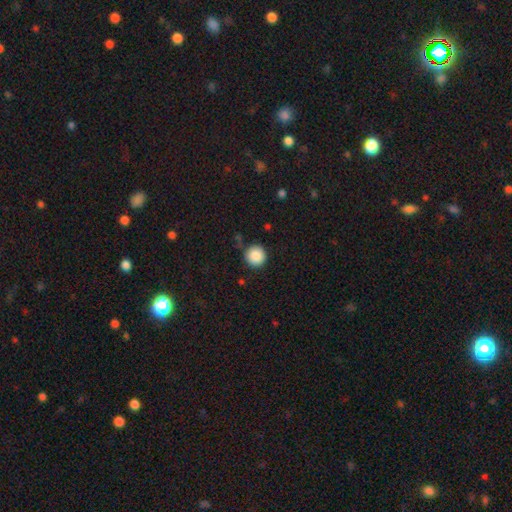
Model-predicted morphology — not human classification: Smooth or featured? smooth (88%)
How rounded? round (95%)
Merging? none (86%)